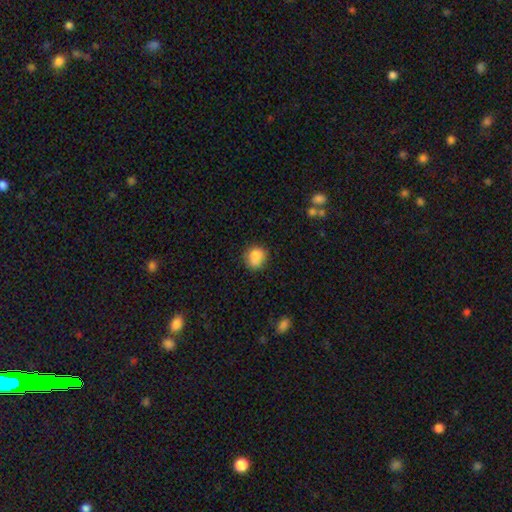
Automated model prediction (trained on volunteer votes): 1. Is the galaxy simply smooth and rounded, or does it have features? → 83% smooth, 9% star or artifact, 8% featured or disk.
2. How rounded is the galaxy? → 74% round, 25% in between, 1% cigar-shaped.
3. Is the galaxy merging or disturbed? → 60% none, 25% minor disturbance, 8% merger, 6% major disturbance.